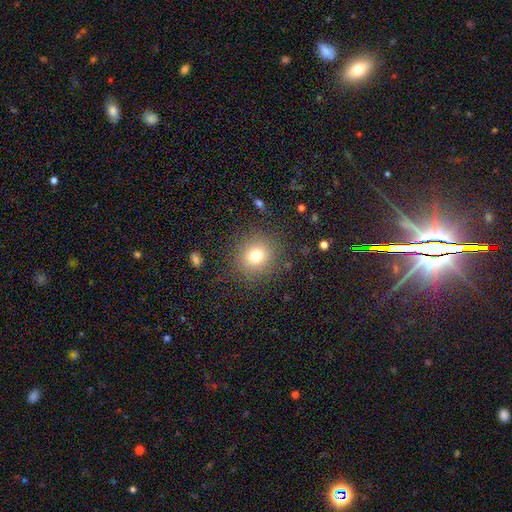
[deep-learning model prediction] Smooth or featured? Predicted: smooth (p=0.75). How rounded? Predicted: round (p=0.86). Merging? Predicted: none (p=0.85).